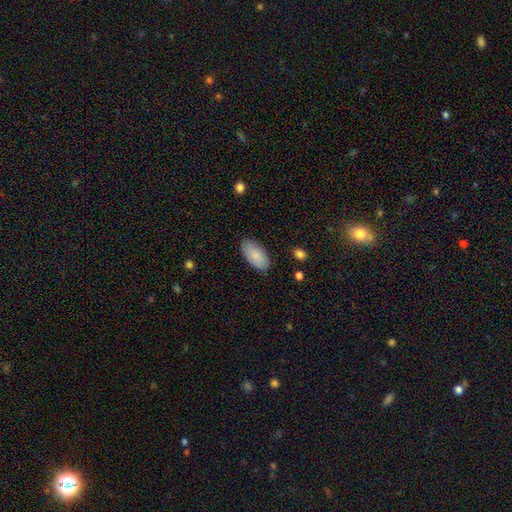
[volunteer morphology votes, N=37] smooth_or_featured: smooth (p=0.81) [alt: featured or disk p=0.14]
how_rounded: in between (p=0.90) [alt: cigar-shaped p=0.07]
merging: none (p=0.83) [alt: minor disturbance p=0.11]